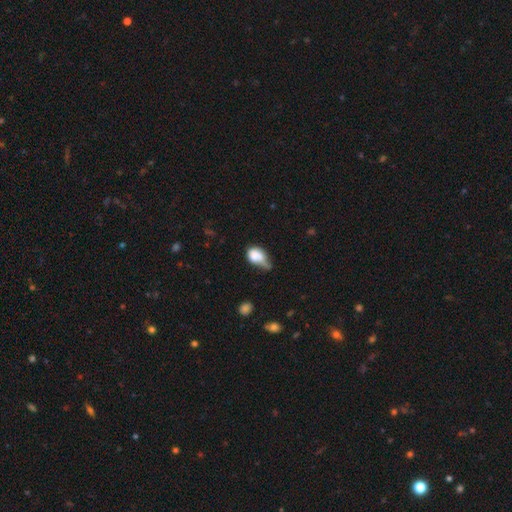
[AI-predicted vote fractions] Q: Smooth or featured?
A: smooth (76%); runner-up: featured or disk (15%)
Q: How rounded?
A: in between (70%); runner-up: round (28%)
Q: Merging?
A: minor disturbance (36%); runner-up: major disturbance (25%)